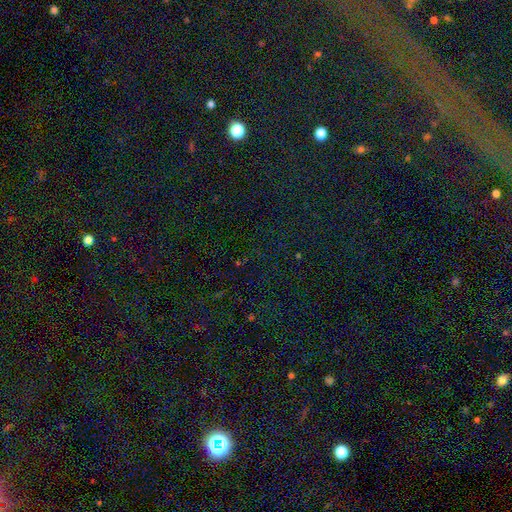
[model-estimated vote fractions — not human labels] Overall: star or artifact (79%).